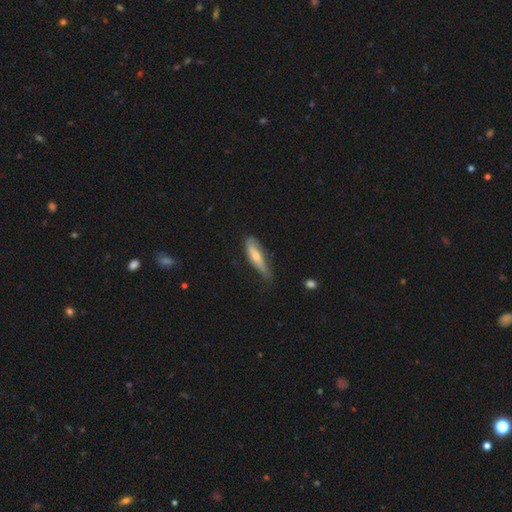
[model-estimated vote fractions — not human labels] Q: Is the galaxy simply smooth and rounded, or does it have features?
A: smooth — 65%.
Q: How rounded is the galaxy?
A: cigar-shaped — 59%.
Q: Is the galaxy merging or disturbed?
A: none — 42%.